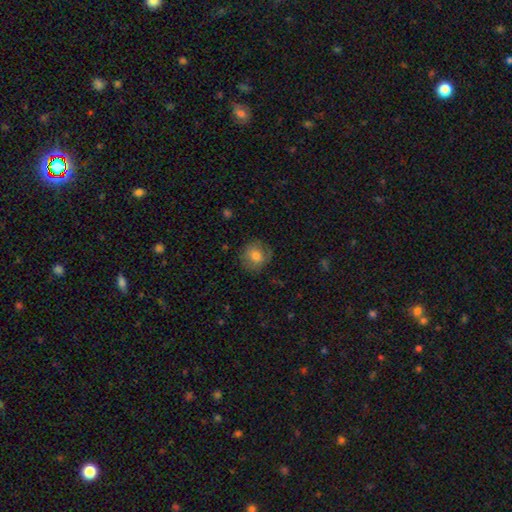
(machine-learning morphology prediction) A smooth galaxy with no disk features (73%) that is round (80%). Merging: none (74%).